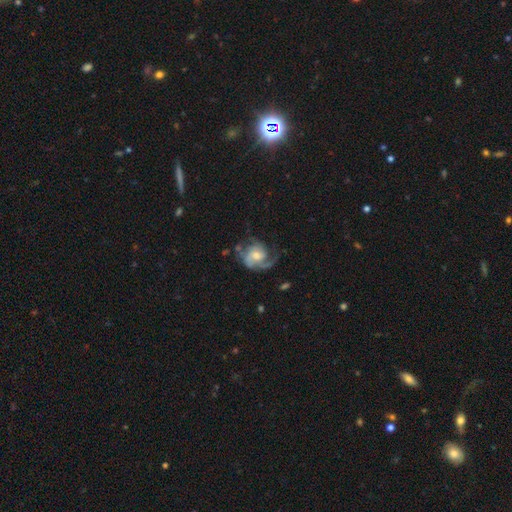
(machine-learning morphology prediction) Smooth or featured: featured or disk — 79% (smooth — 16%)
Edge-on disk: no — 98% (yes — 2%)
Bar: no — 64% (weak — 31%)
Spiral arms: yes — 93% (no — 7%)
Spiral winding: medium — 42% (tight — 36%)
Spiral arm count: 2 — 38% (1 — 33%)
Bulge size: moderate — 54% (small — 25%)
Merging: none — 53% (major disturbance — 23%)